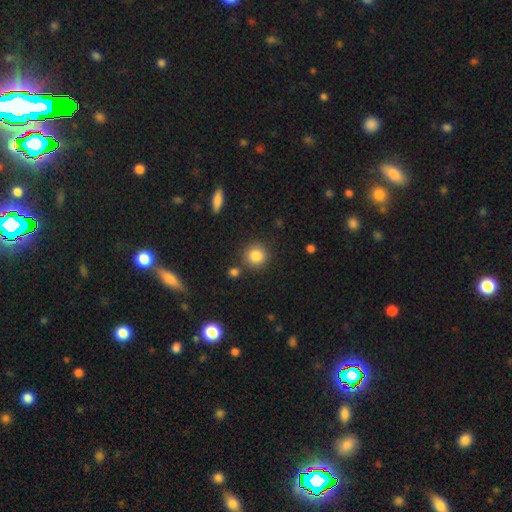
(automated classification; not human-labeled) Smooth or featured? Predicted: smooth (p=0.85). How rounded? Predicted: round (p=0.90). Merging? Predicted: none (p=0.85).